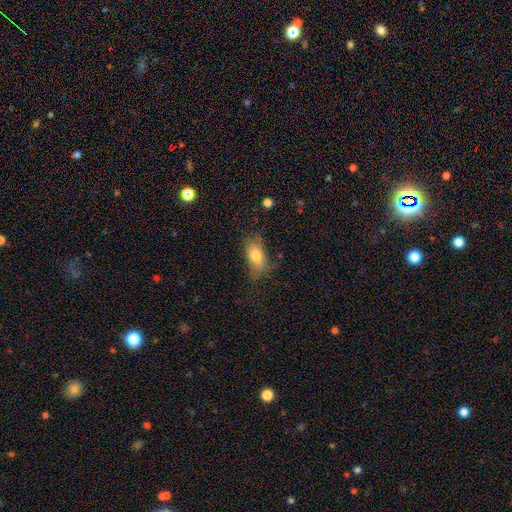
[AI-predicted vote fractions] smooth-or-featured: smooth: 75% | featured or disk: 16% | star or artifact: 9%
  how-rounded: in between: 88% | round: 8% | cigar-shaped: 4%
  merging: none: 56% | minor disturbance: 28% | major disturbance: 14% | merger: 2%